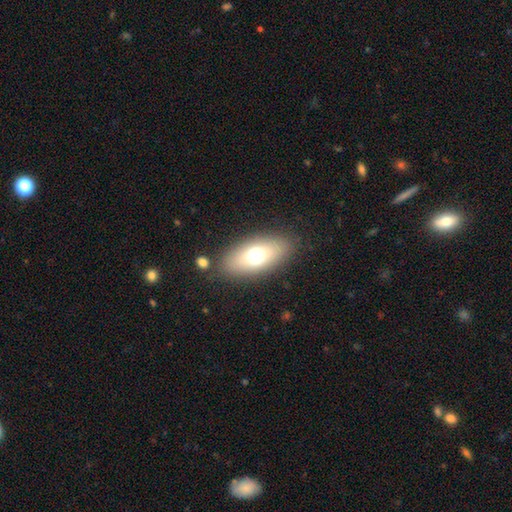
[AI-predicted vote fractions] Smooth or featured? Predicted: smooth (p=0.67). How rounded? Predicted: in between (p=0.83). Merging? Predicted: none (p=0.83).